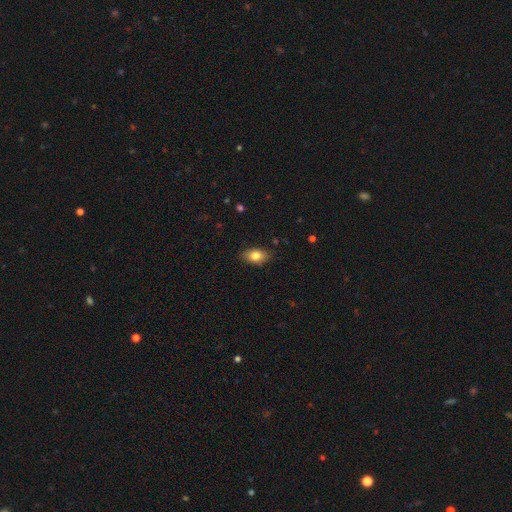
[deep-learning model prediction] A smooth galaxy with no disk features (80%) that is in between round and cigar-shaped (88%).

Vote fractions:
- Smooth or featured? smooth: 80% / featured or disk: 11% / star or artifact: 8%
- How rounded? in between: 88% / round: 9% / cigar-shaped: 3%
- Merging? none: 85% / minor disturbance: 12% / major disturbance: 2% / merger: 1%